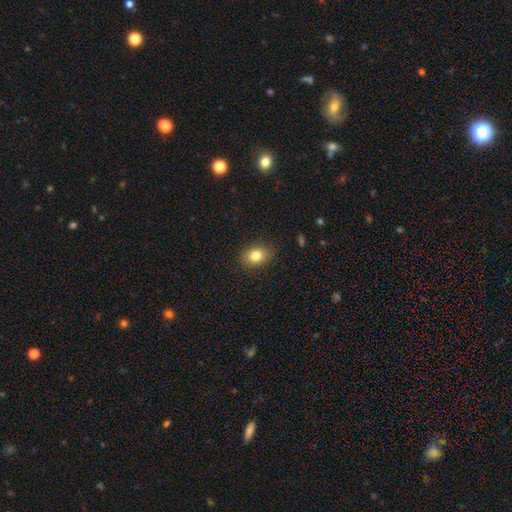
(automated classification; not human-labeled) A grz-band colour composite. It shows a smooth galaxy with no disk features (81%) that is in between round and cigar-shaped (64%). Merging: none (86%).